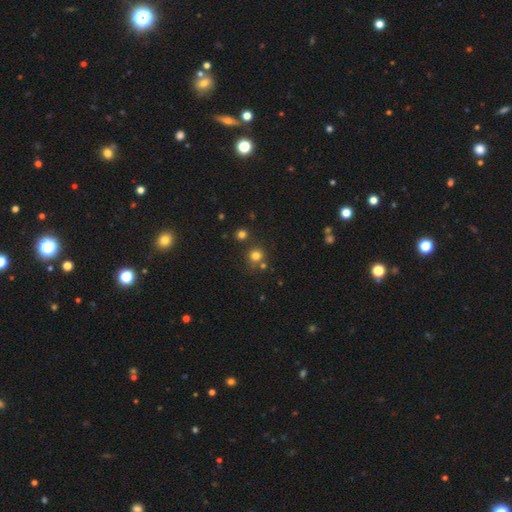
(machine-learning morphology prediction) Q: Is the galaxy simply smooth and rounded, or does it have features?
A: smooth — 76%.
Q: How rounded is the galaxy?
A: round — 90%.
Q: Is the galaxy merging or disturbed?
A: none — 74%.